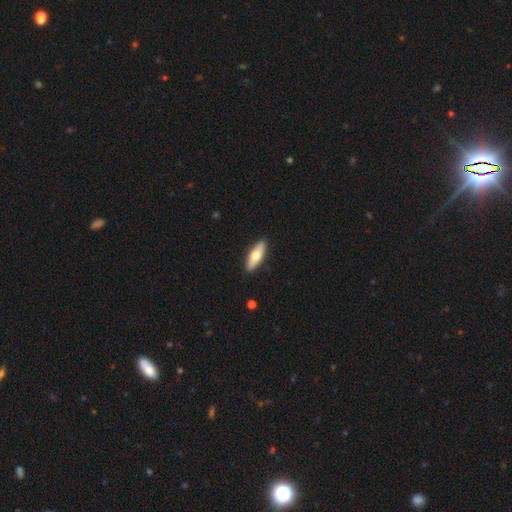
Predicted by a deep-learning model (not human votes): Overall: smooth (60%; featured or disk 34%). How rounded: in between (54%; cigar-shaped 43%). Merging: none (90%).